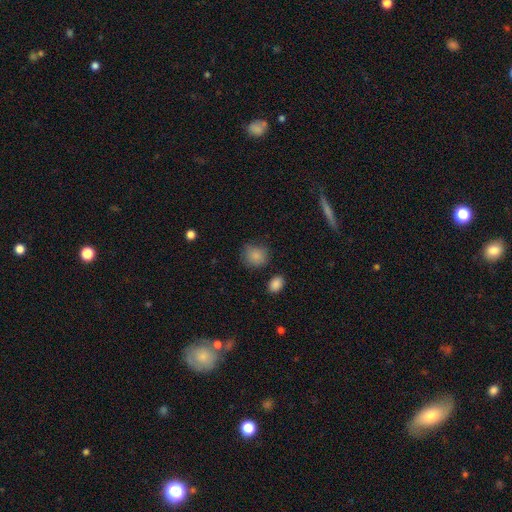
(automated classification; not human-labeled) Smooth or featured: smooth — 86% (star or artifact — 9%)
How rounded: round — 79% (in between — 20%)
Merging: none — 75% (minor disturbance — 17%)